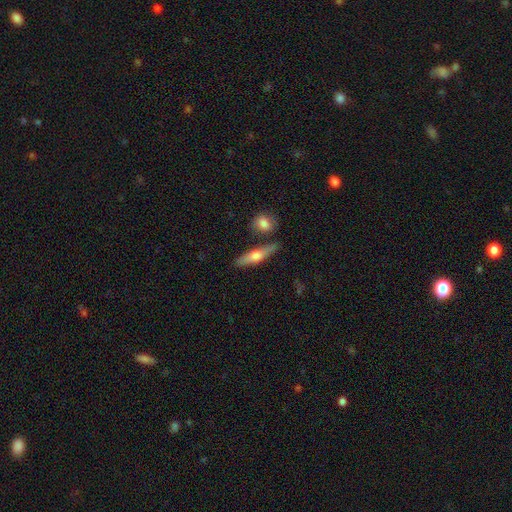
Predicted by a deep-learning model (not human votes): Overall: smooth (51%; featured or disk 43%). How rounded: cigar-shaped (75%). Merging: none (76%).